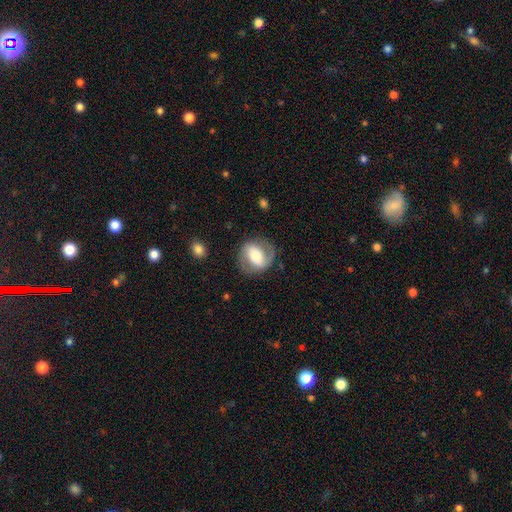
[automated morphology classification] This is likely a featured or disk galaxy (63%). It is clearly not viewed edge-on (95%). Bar: possibly strong (46%). Spiral arm pattern: likely yes (76%). Central bulge: possibly moderate (58%). Merging: likely none (79%).